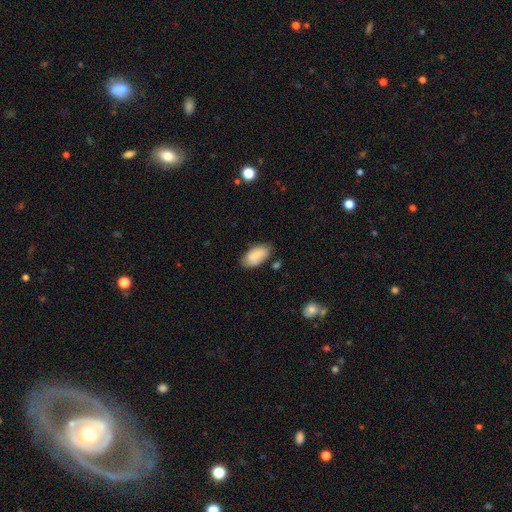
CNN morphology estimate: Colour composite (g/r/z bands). It shows a smooth galaxy with no disk features (81%) that is in between round and cigar-shaped (94%). Merging: none (74%).